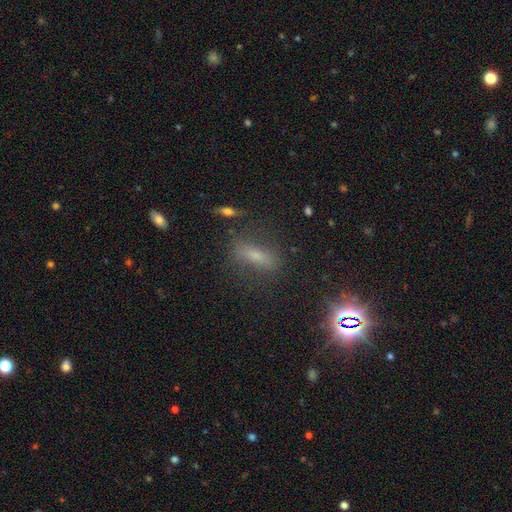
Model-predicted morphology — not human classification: This is possibly a smooth galaxy (50%). How rounded: possibly in between (49%). Merging: likely none (73%).